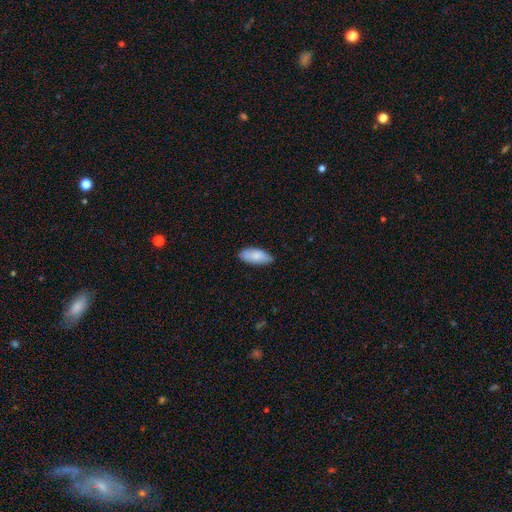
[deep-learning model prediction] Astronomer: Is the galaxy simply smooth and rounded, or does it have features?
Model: smooth — 86%.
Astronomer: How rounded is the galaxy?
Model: in between — 85%.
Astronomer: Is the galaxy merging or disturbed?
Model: none — 81%.